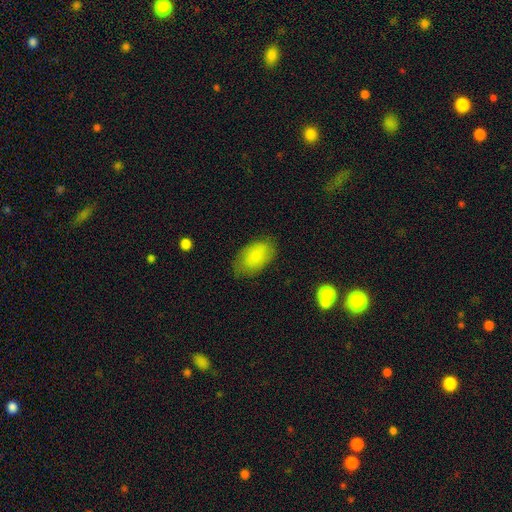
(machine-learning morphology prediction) smooth_or_featured: smooth (p=0.80) [alt: featured or disk p=0.14]
how_rounded: in between (p=0.92) [alt: round p=0.06]
merging: none (p=0.76) [alt: minor disturbance p=0.18]